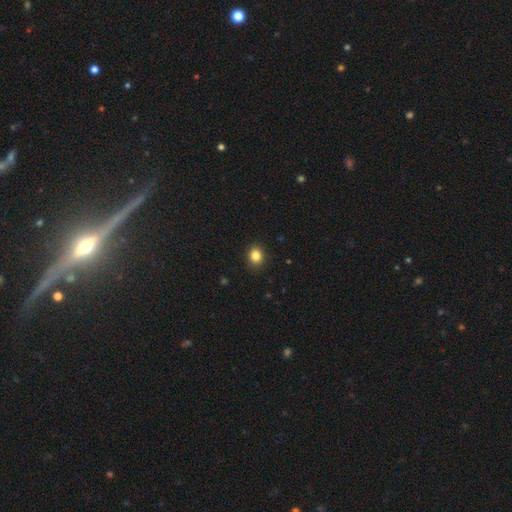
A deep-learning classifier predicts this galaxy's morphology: smooth_or_featured: smooth (p=0.84) [alt: star or artifact p=0.11]
how_rounded: round (p=0.65) [alt: in between p=0.34]
merging: none (p=0.89) [alt: minor disturbance p=0.08]